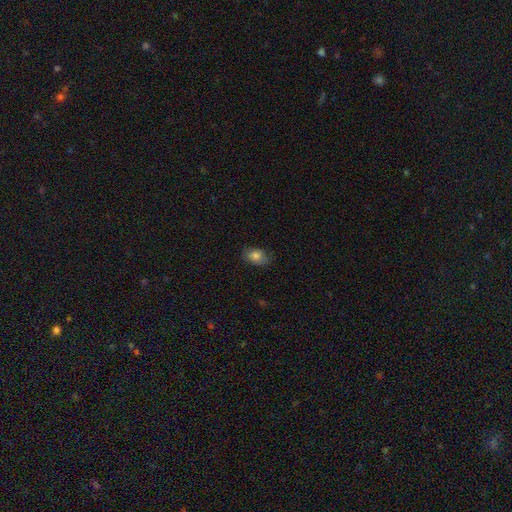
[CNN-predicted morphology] Smooth or featured?
  - smooth: 81% *
  - featured or disk: 10%
  - star or artifact: 9%
How rounded?
  - in between: 79% *
  - round: 19%
  - cigar-shaped: 1%
Merging?
  - none: 77% *
  - minor disturbance: 19%
  - major disturbance: 4%
  - merger: 1%